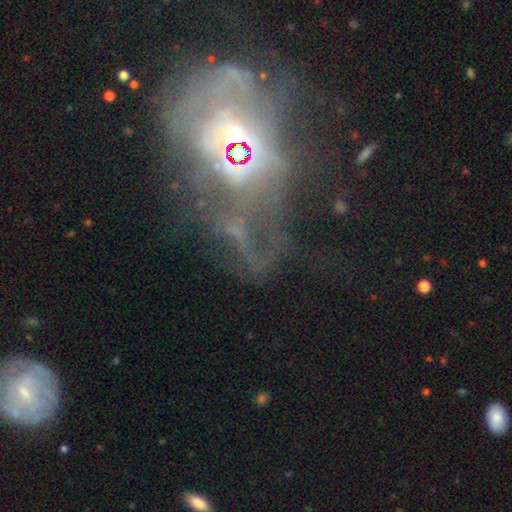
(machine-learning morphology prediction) type=featured or disk (59%); edge-on=no (94%); bar=no (72%); spiral arms=no (62%); bulge=moderate (42%); merging=major disturbance (39%).